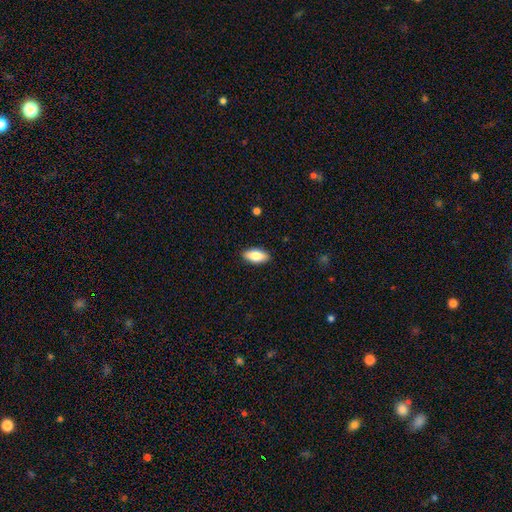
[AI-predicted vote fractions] Smooth or featured? smooth (79%)
How rounded? in between (89%)
Merging? none (89%)